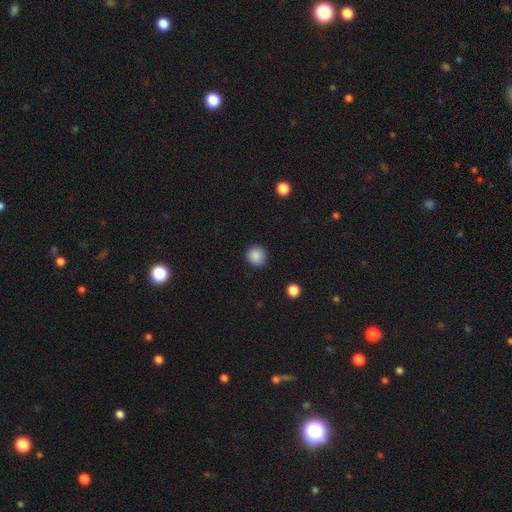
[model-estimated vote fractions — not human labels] smooth_or_featured: smooth (p=0.87) [alt: star or artifact p=0.10]
how_rounded: round (p=0.92) [alt: in between p=0.07]
merging: none (p=0.89) [alt: minor disturbance p=0.08]